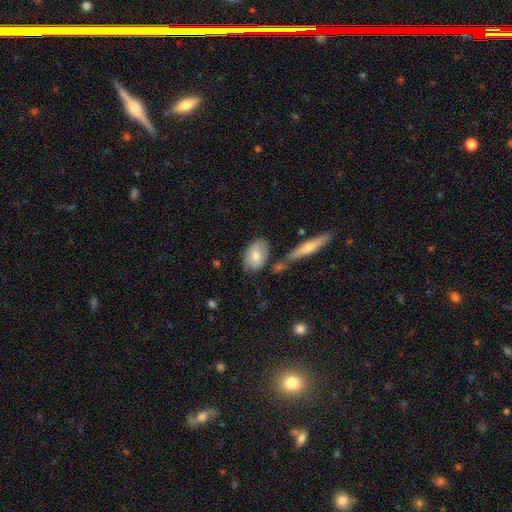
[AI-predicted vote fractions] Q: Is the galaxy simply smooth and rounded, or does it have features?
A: smooth — 76%.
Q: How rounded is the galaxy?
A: in between — 88%.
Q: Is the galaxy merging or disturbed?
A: none — 64%.